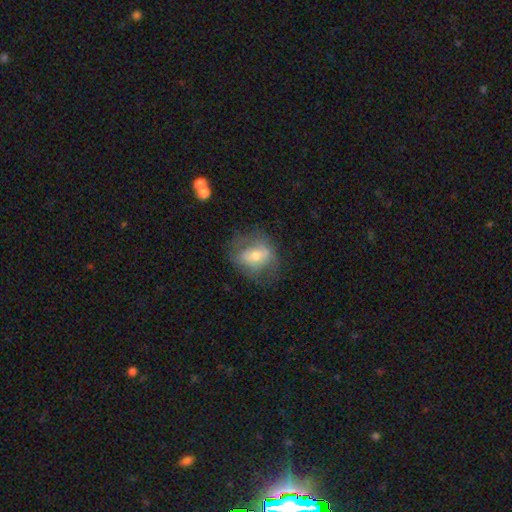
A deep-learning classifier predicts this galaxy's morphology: Smooth or featured?
  - smooth: 49% *
  - featured or disk: 43%
  - star or artifact: 8%
Merging?
  - none: 58% *
  - minor disturbance: 23%
  - major disturbance: 17%
  - merger: 2%